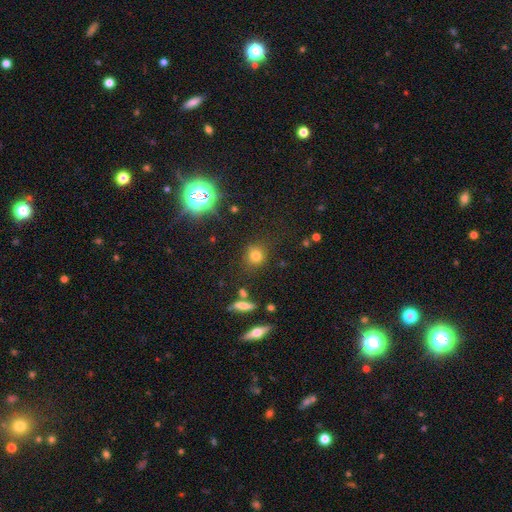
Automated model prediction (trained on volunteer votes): Morphology: type=smooth (72%); roundness=round (82%); merging=none (82%).